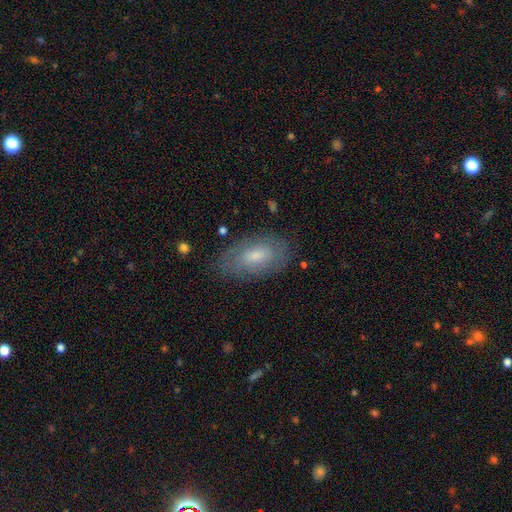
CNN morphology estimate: Q: Smooth or featured?
A: smooth (54%); runner-up: featured or disk (38%)
Q: How rounded?
A: in between (91%); runner-up: cigar-shaped (4%)
Q: Merging?
A: none (76%); runner-up: minor disturbance (17%)